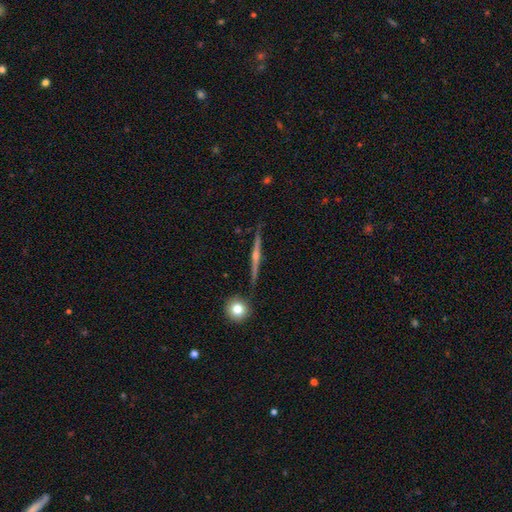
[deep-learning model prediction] Q: Smooth or featured?
A: featured or disk (70%); runner-up: smooth (18%)
Q: Edge-on disk?
A: yes (94%); runner-up: no (6%)
Q: Edge-on bulge?
A: rounded (69%); runner-up: none (21%)
Q: Merging?
A: none (83%); runner-up: minor disturbance (9%)